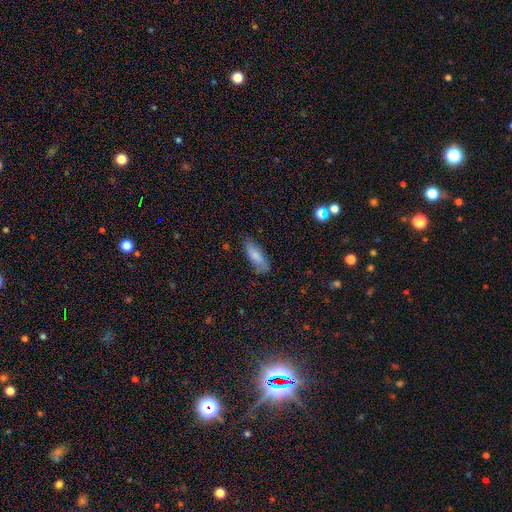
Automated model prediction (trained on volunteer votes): Smooth or featured? Predicted: smooth (p=0.79). How rounded? Predicted: in between (p=0.68). Merging? Predicted: none (p=0.72).